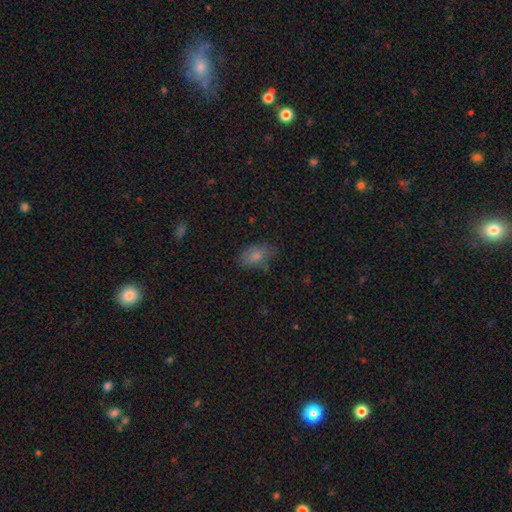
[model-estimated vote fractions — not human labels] Q: Smooth or featured?
A: smooth (79%); runner-up: featured or disk (11%)
Q: How rounded?
A: in between (88%); runner-up: round (10%)
Q: Merging?
A: none (63%); runner-up: minor disturbance (27%)